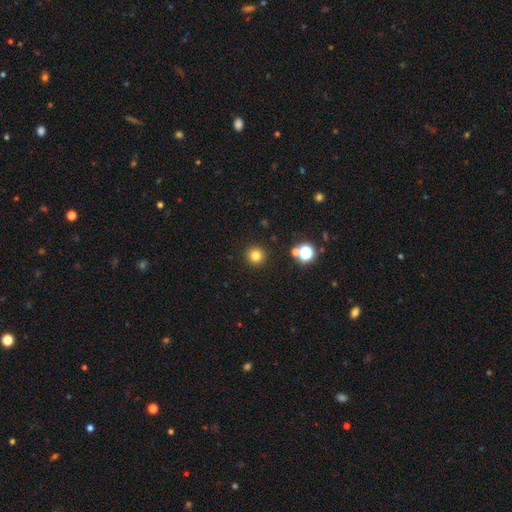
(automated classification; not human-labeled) The model was most divided on "smooth or featured": smooth: 79%, star or artifact: 15%, featured or disk: 6%. More confident: how rounded — round (95%); merging — none (91%).